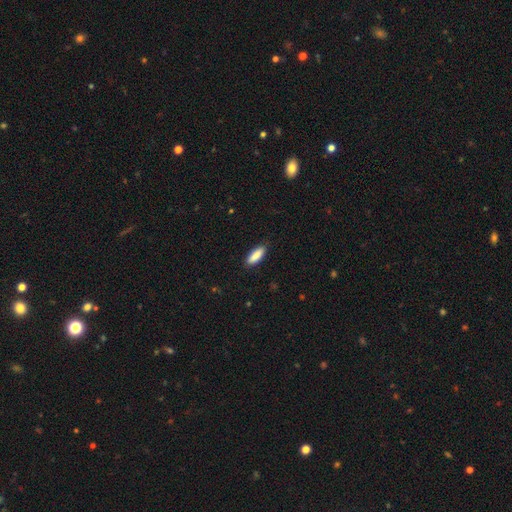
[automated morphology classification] Smooth or featured?
  - smooth: 88% *
  - featured or disk: 6%
  - star or artifact: 6%
How rounded?
  - in between: 60% *
  - cigar-shaped: 38%
  - round: 2%
Merging?
  - none: 87% *
  - minor disturbance: 10%
  - major disturbance: 2%
  - merger: 1%